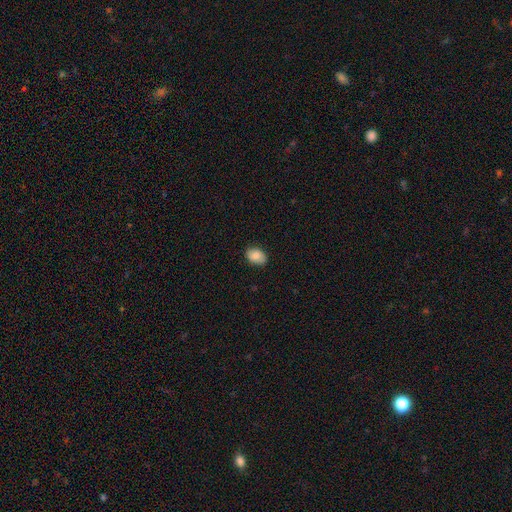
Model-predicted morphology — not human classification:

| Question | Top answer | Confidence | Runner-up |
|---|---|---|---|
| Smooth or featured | smooth | 84% | featured or disk (9%) |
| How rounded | in between | 81% | round (18%) |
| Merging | none | 84% | minor disturbance (13%) |